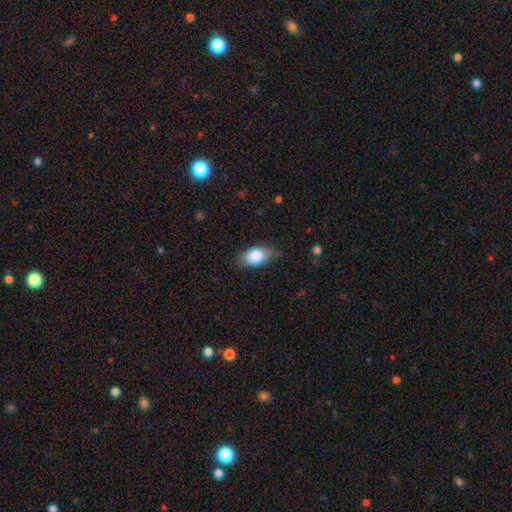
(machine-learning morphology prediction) Smooth or featured? Predicted: smooth (p=0.83). How rounded? Predicted: in between (p=0.91). Merging? Predicted: none (p=0.78).